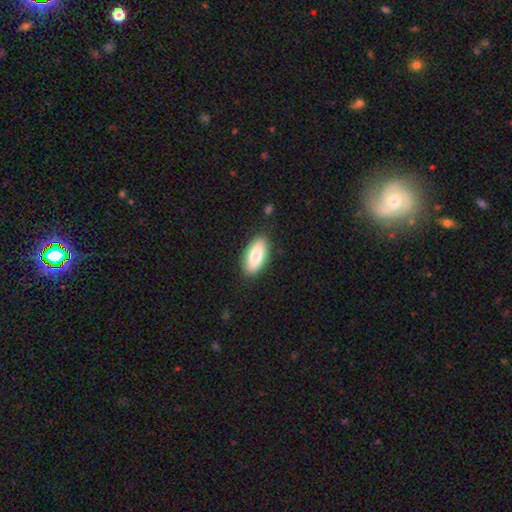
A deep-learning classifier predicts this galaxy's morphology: type=smooth (82%); roundness=in between (87%); merging=none (87%).